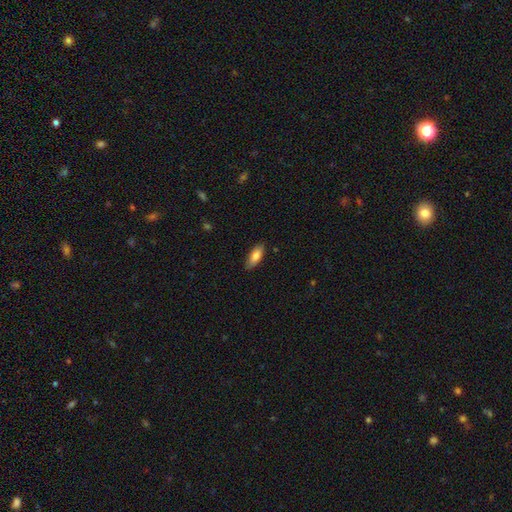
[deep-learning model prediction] This appears to be a smooth galaxy with no disk features (81%) that is in between round and cigar-shaped (75%). Merging: none (85%).